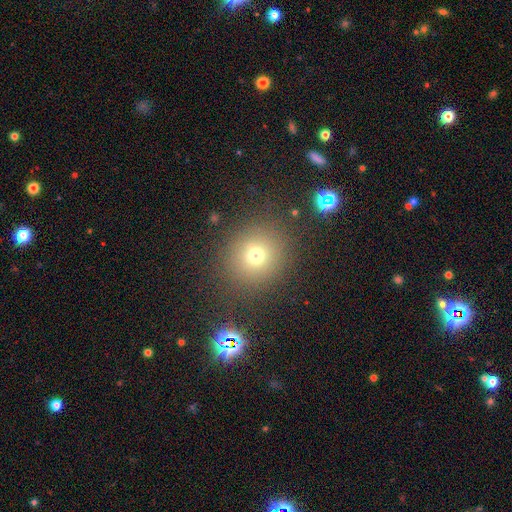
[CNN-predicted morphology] The model was most divided on "smooth or featured": smooth: 70%, star or artifact: 19%, featured or disk: 10%. More confident: how rounded — round (84%); merging — none (82%).